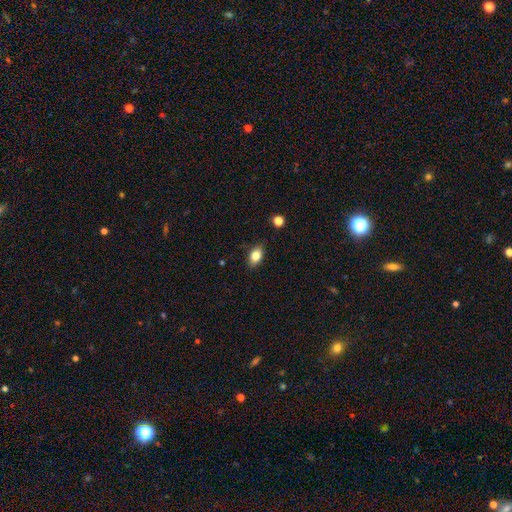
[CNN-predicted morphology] A smooth galaxy with no disk features (81%) that is in between round and cigar-shaped (84%).

Vote fractions:
- Smooth or featured? smooth: 81% / featured or disk: 10% / star or artifact: 9%
- How rounded? in between: 84% / round: 13% / cigar-shaped: 2%
- Merging? none: 85% / minor disturbance: 11% / major disturbance: 2% / merger: 1%